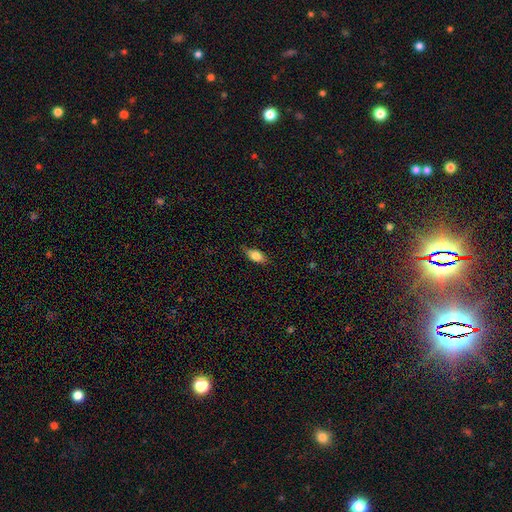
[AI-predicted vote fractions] Overall: smooth (80%). How rounded: in between (85%). Merging: none (77%).